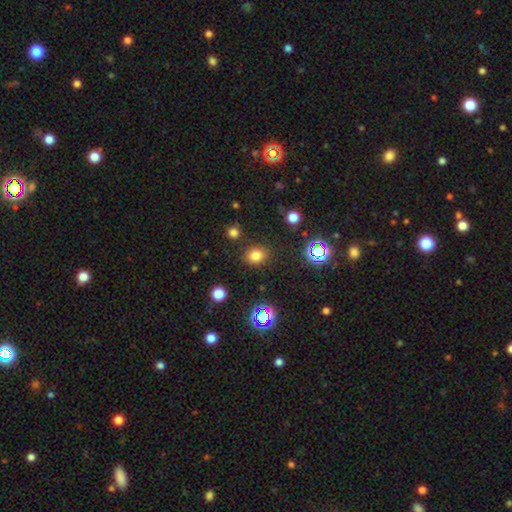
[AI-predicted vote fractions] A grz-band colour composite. It shows a smooth galaxy with no disk features (74%) that is round (58%). Merging: none (85%).